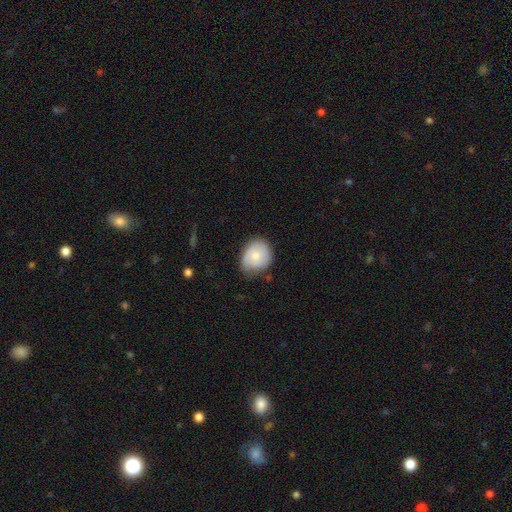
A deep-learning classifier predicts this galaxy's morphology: smooth 71%, featured or disk 22%, star or artifact 7%. Down the decision tree: how rounded — round (62%); merging — none (58%).